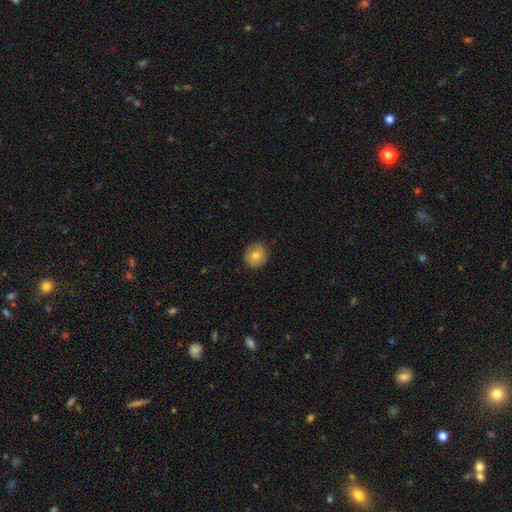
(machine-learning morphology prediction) smooth-or-featured: smooth: 75% | featured or disk: 16% | star or artifact: 8%
  how-rounded: round: 89% | in between: 10% | cigar-shaped: 1%
  merging: none: 84% | minor disturbance: 13% | major disturbance: 2% | merger: 1%